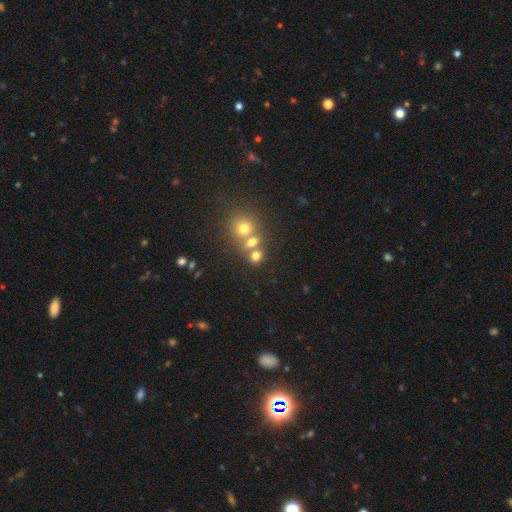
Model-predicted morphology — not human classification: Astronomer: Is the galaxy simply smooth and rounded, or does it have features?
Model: smooth — 70%.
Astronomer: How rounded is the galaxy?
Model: round — 68%.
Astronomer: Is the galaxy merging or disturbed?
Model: none — 45% (runner-up: merger, 44%).